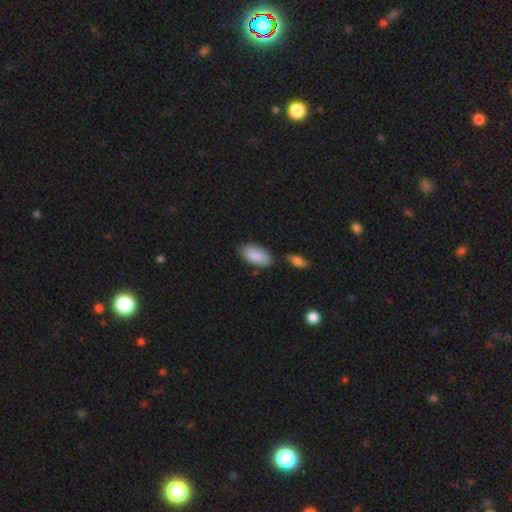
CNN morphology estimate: Smooth or featured?
  - smooth: 88% *
  - featured or disk: 6%
  - star or artifact: 6%
How rounded?
  - in between: 93% *
  - cigar-shaped: 5%
  - round: 2%
Merging?
  - none: 71% *
  - minor disturbance: 17%
  - merger: 8%
  - major disturbance: 4%